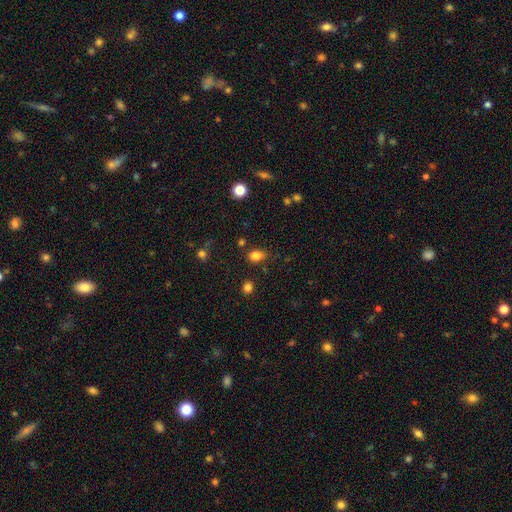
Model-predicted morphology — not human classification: type=smooth (83%); roundness=in between (73%); merging=none (76%).